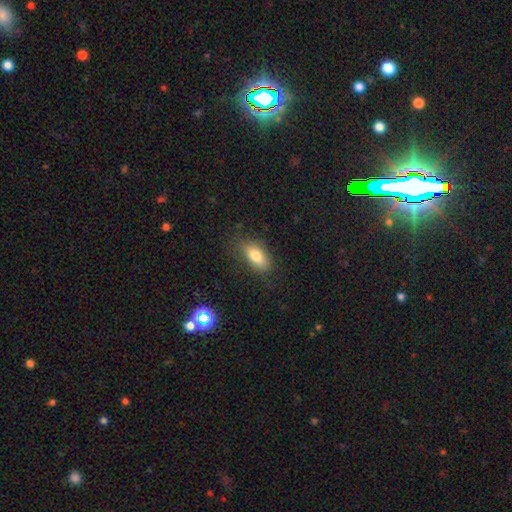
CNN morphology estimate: Smooth or featured? Predicted: smooth (p=0.77). How rounded? Predicted: in between (p=0.84). Merging? Predicted: none (p=0.77).